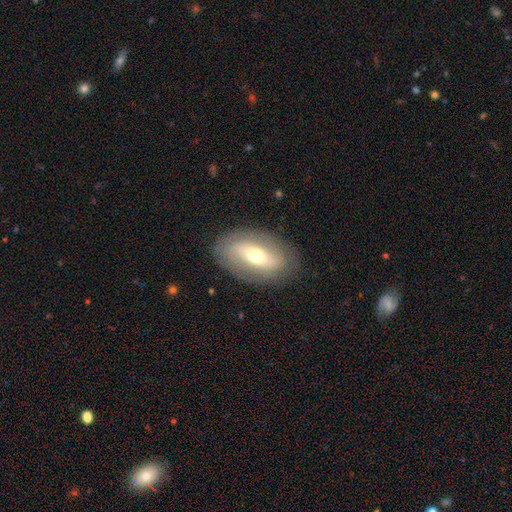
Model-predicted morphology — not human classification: This is possibly a featured or disk galaxy (53%). It is clearly not viewed edge-on (86%). Merging: clearly none (83%).